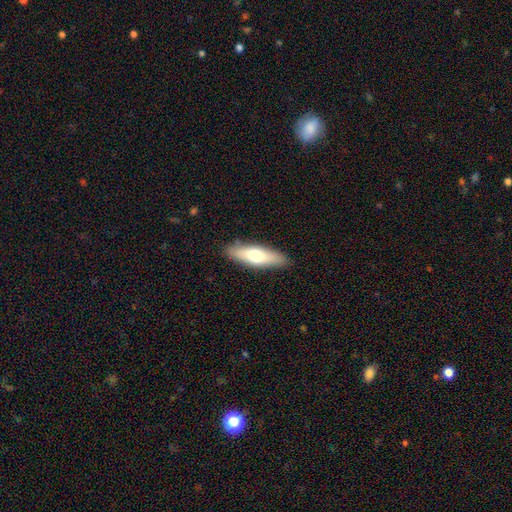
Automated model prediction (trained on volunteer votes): smooth 64%, featured or disk 30%, star or artifact 6%. Down the decision tree: how rounded — cigar-shaped (54%); merging — none (87%).